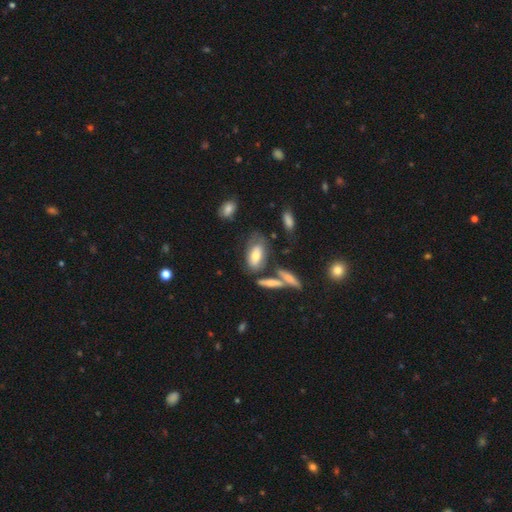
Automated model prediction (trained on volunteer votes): A smooth galaxy with no disk features (61%) that is in between round and cigar-shaped (85%).

Vote fractions:
- Smooth or featured? smooth: 61% / featured or disk: 31% / star or artifact: 8%
- How rounded? in between: 85% / cigar-shaped: 11% / round: 3%
- Merging? none: 47% / minor disturbance: 24% / merger: 18% / major disturbance: 12%